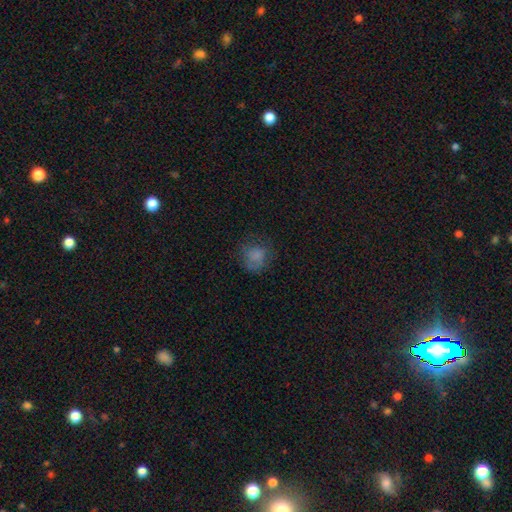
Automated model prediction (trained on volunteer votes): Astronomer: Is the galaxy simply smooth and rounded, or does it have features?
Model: smooth — 73%.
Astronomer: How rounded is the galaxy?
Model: round — 81%.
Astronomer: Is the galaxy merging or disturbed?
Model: none — 67%.